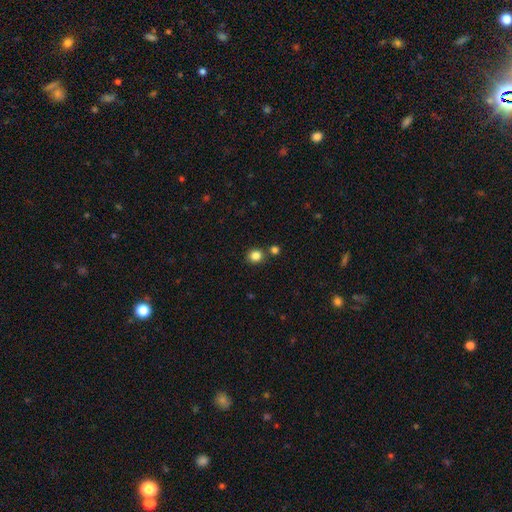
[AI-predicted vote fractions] smooth-or-featured: smooth: 84% | star or artifact: 12% | featured or disk: 4%
  how-rounded: round: 83% | in between: 16% | cigar-shaped: 1%
  merging: none: 78% | merger: 12% | minor disturbance: 8% | major disturbance: 2%